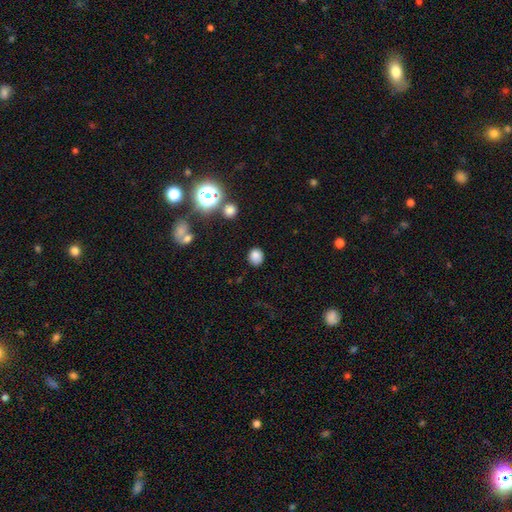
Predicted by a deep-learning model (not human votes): Q: Smooth or featured?
A: smooth (81%); runner-up: star or artifact (14%)
Q: How rounded?
A: round (73%); runner-up: in between (26%)
Q: Merging?
A: none (83%); runner-up: minor disturbance (11%)